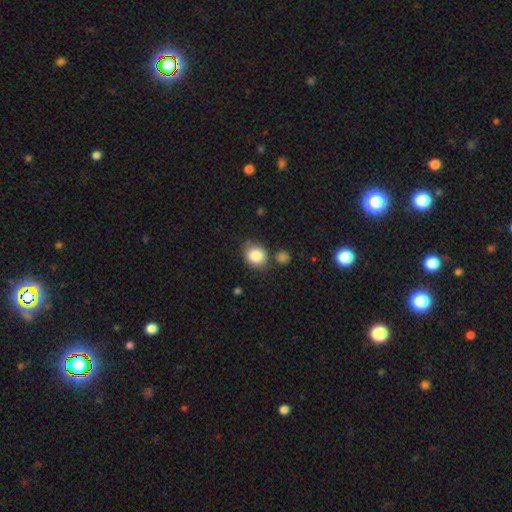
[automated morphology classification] This is clearly a smooth galaxy (86%). How rounded: likely round (61%). Merging: likely none (70%).